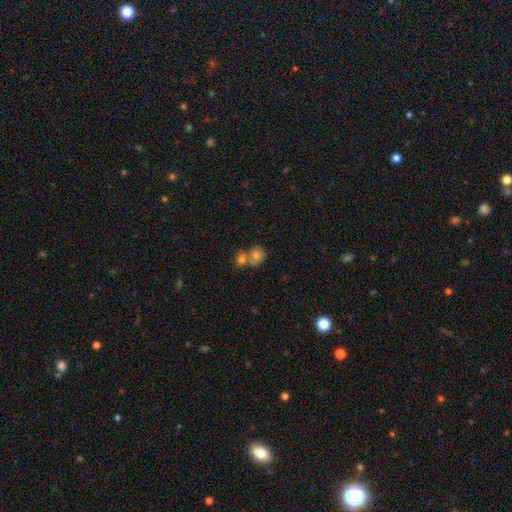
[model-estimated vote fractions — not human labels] This is likely a smooth galaxy (72%). How rounded: likely round (68%). Merging: possibly merger (49%).